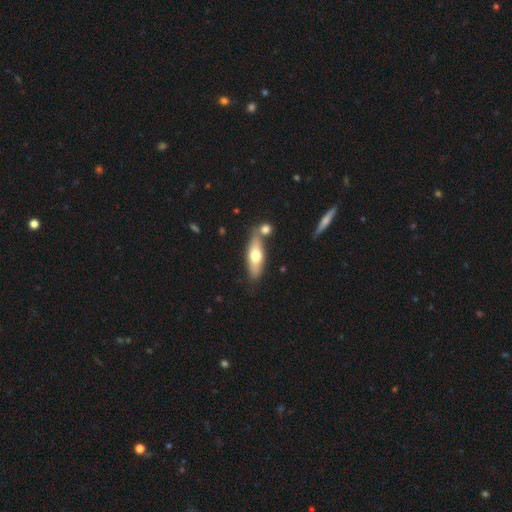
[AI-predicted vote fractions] Morphology: type=smooth (57%); roundness=in between (53%); merging=none (66%).